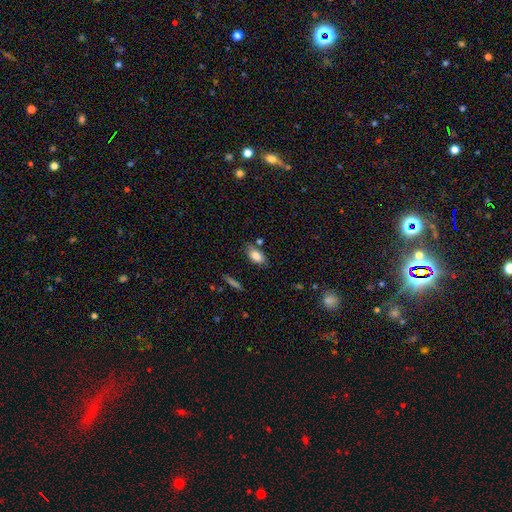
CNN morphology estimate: Overall: smooth (83%). How rounded: in between (90%). Merging: none (75%).